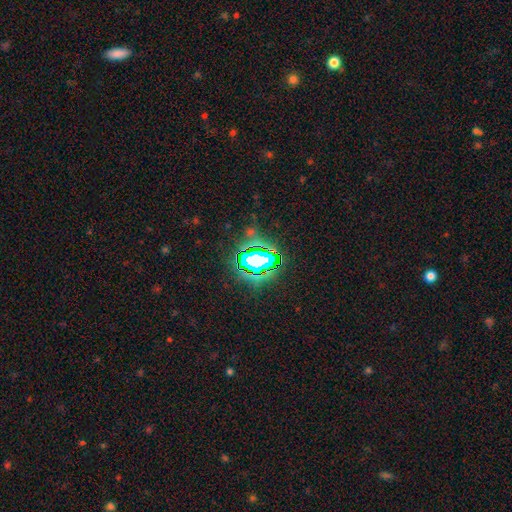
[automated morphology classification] This appears to be a star or artifact, not a galaxy (74%).